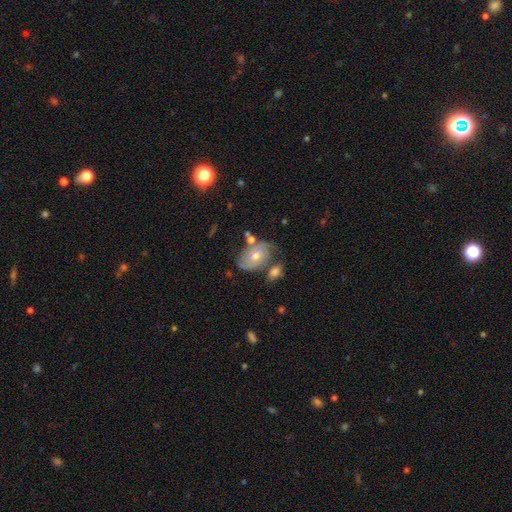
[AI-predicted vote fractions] A featured or disk galaxy (57%) with no bar (75%), spiral arms (72%) and a moderate central bulge (58%). Merging: none (49%).